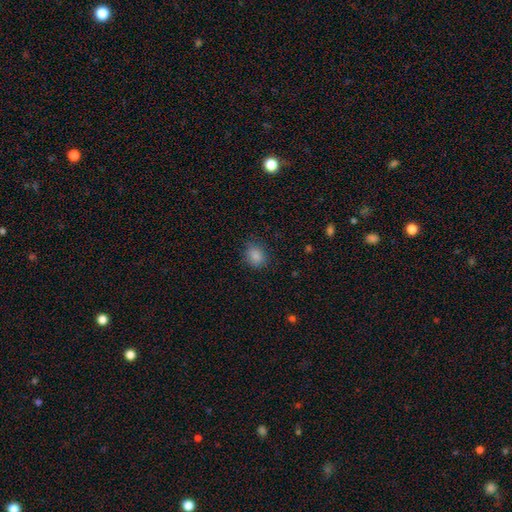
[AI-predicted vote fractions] smooth-or-featured: smooth: 86% | star or artifact: 10% | featured or disk: 4%
  how-rounded: round: 53% | in between: 46% | cigar-shaped: 1%
  merging: none: 83% | minor disturbance: 13% | major disturbance: 3% | merger: 1%